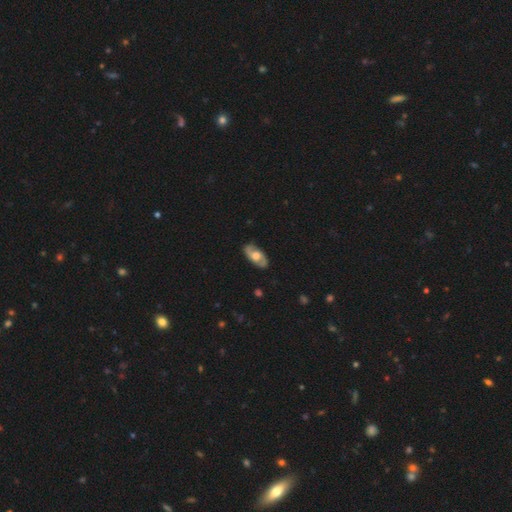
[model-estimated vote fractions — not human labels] This appears to be a featured or disk galaxy (68%) with no bar (64%), 2 (88%) medium (46%) spiral arms (82%) and a moderate central bulge (54%). Merging: none (84%).